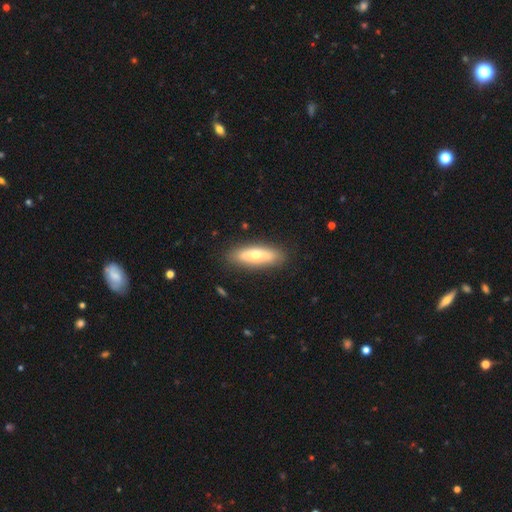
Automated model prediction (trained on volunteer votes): A smooth galaxy with no disk features (57%) that is in between round and cigar-shaped (52%).

Vote fractions:
- Smooth or featured? smooth: 57% / featured or disk: 37% / star or artifact: 6%
- How rounded? in between: 52% / cigar-shaped: 46% / round: 2%
- Merging? none: 85% / minor disturbance: 11% / major disturbance: 3% / merger: 1%